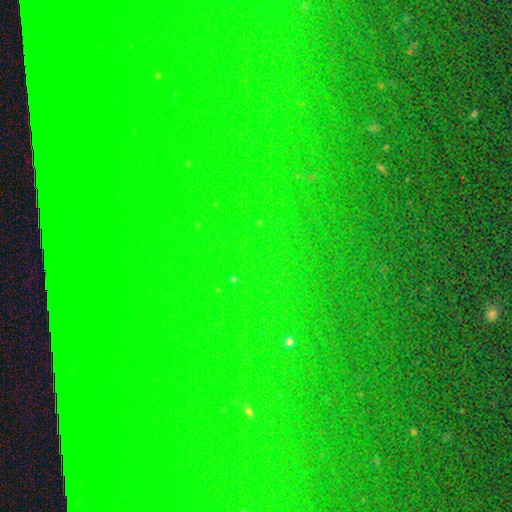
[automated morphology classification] A star or artifact, not a galaxy (80%).

Vote fractions:
- Smooth or featured? star or artifact: 80% / smooth: 11% / featured or disk: 9%